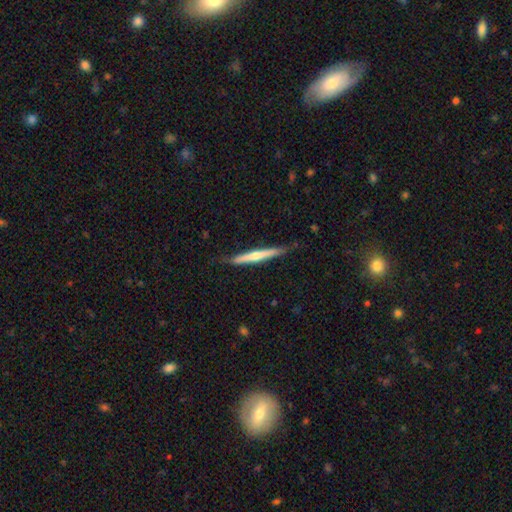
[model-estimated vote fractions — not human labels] smooth_or_featured: featured or disk (p=0.53) [alt: smooth p=0.42]
disk_edge_on: yes (p=0.97) [alt: no p=0.03]
edge_on_bulge: rounded (p=0.60) [alt: none p=0.33]
merging: none (p=0.81) [alt: minor disturbance p=0.15]